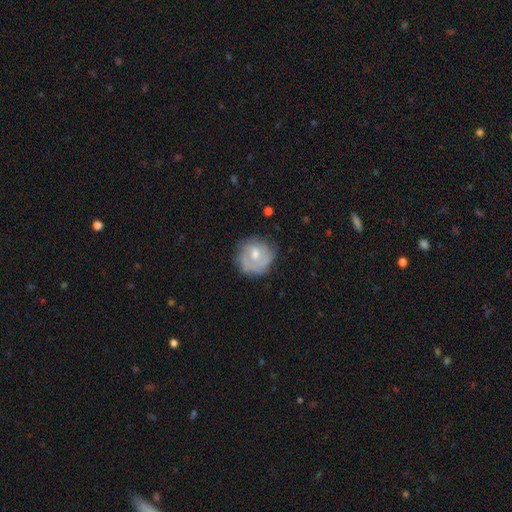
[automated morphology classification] Overall: smooth (50%; featured or disk 42%). How rounded: round (84%). Merging: none (60%; minor disturbance 25%).